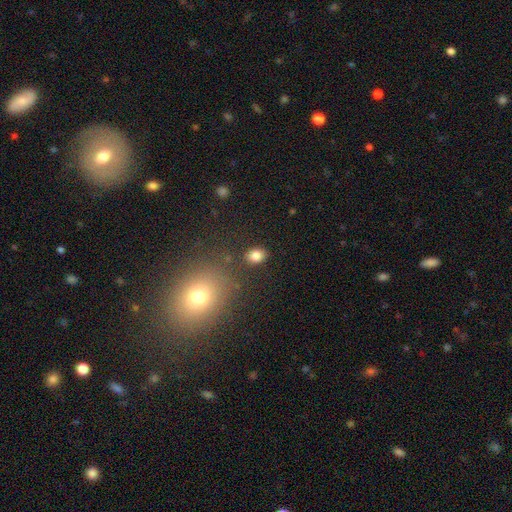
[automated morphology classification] This appears to be a smooth galaxy with no disk features (83%) that is in between round and cigar-shaped (67%). Merging: none (84%).